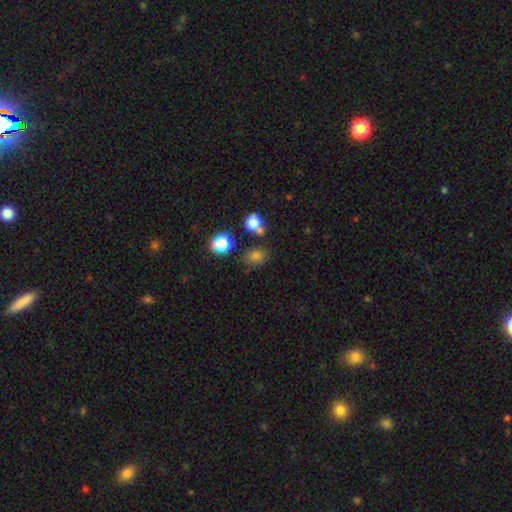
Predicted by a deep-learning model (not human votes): Smooth or featured?
  - smooth: 73% *
  - star or artifact: 19%
  - featured or disk: 7%
How rounded?
  - in between: 51% *
  - round: 48%
  - cigar-shaped: 1%
Merging?
  - none: 66% *
  - minor disturbance: 16%
  - merger: 11%
  - major disturbance: 6%